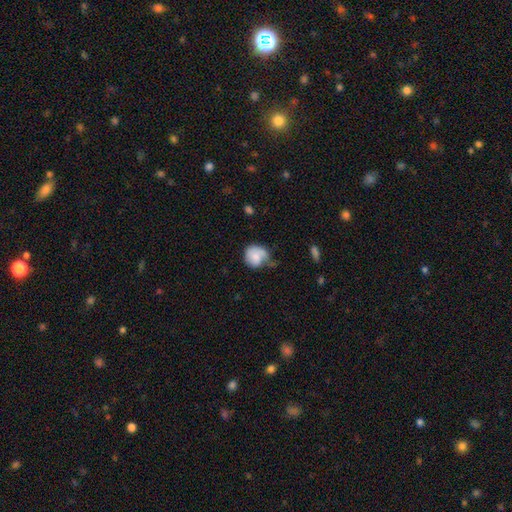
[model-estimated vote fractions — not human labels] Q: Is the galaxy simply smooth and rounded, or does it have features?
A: smooth — 70%.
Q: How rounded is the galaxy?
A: round — 74%.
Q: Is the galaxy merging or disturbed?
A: minor disturbance — 37%.